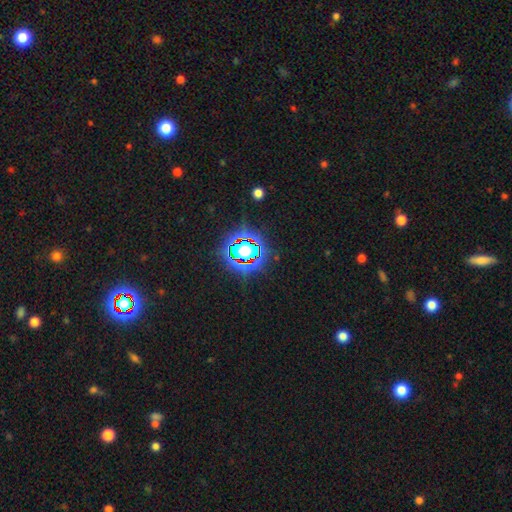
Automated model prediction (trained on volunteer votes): A star or artifact, not a galaxy (82%).

Vote fractions:
- Smooth or featured? star or artifact: 82% / smooth: 11% / featured or disk: 7%